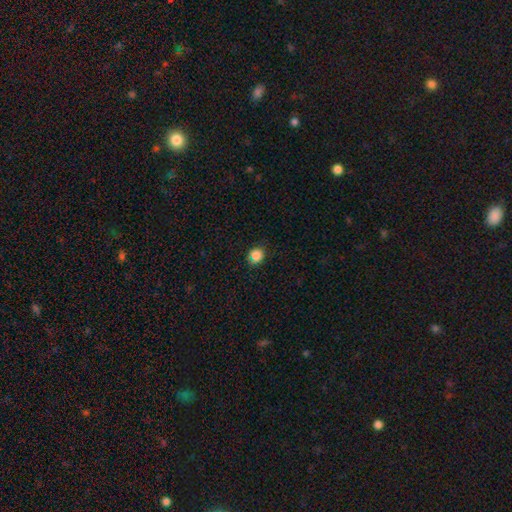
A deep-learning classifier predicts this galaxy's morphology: Overall: smooth (82%). How rounded: round (75%). Merging: none (80%).